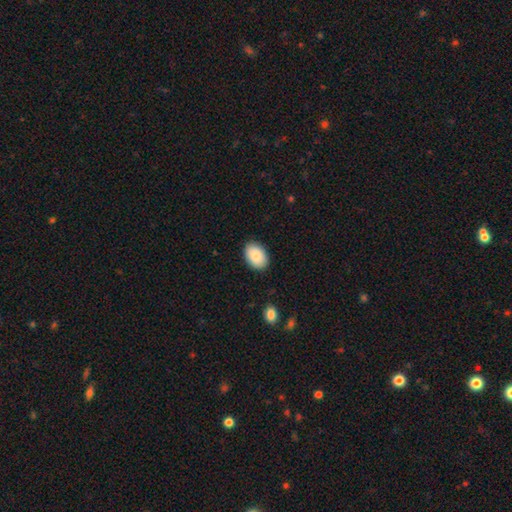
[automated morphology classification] Smooth or featured?
  - smooth: 89% *
  - star or artifact: 6%
  - featured or disk: 5%
How rounded?
  - in between: 87% *
  - round: 12%
  - cigar-shaped: 1%
Merging?
  - none: 88% *
  - minor disturbance: 9%
  - major disturbance: 2%
  - merger: 1%